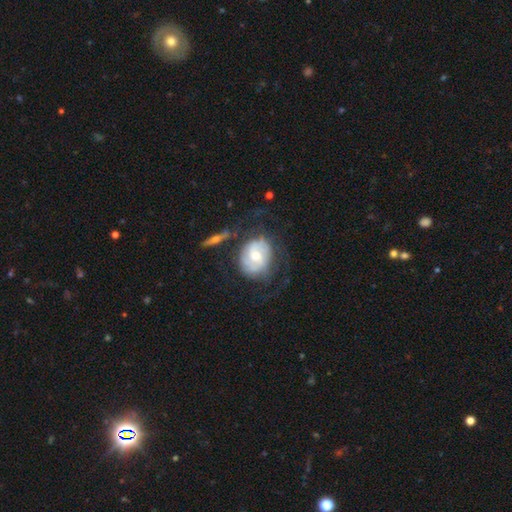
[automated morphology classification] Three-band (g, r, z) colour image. It shows a featured or disk galaxy (70%) with no bar (57%), 2 (54%) tight (46%) spiral arms (86%) and a moderate central bulge (62%). Merging: none (57%).